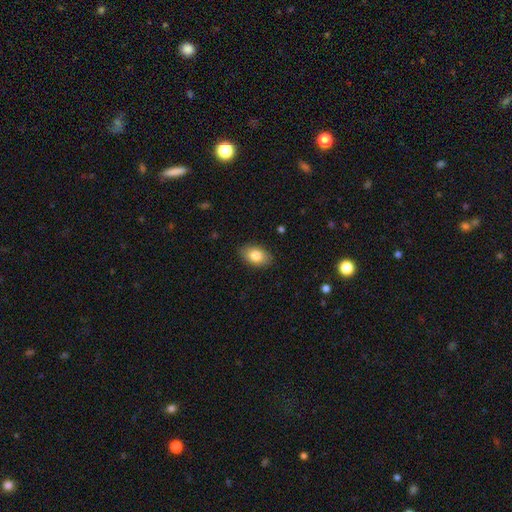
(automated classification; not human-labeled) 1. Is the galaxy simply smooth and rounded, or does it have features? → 83% smooth, 10% featured or disk, 7% star or artifact.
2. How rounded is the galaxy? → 90% in between, 9% round, 1% cigar-shaped.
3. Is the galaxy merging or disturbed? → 88% none, 9% minor disturbance, 2% major disturbance, 1% merger.